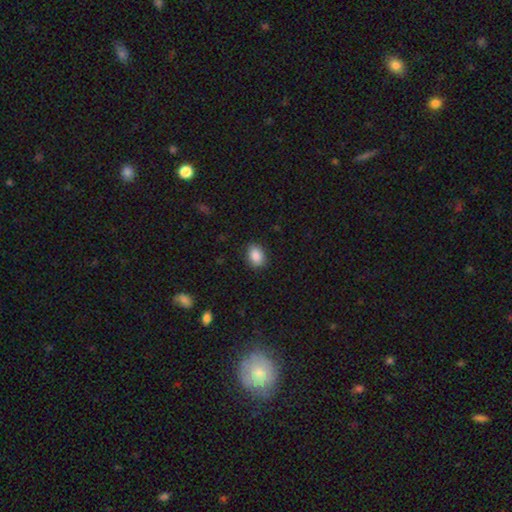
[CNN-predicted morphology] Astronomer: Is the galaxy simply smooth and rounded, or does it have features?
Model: smooth — 88%.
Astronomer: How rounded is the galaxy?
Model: in between — 75%.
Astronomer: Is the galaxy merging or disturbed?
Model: none — 87%.